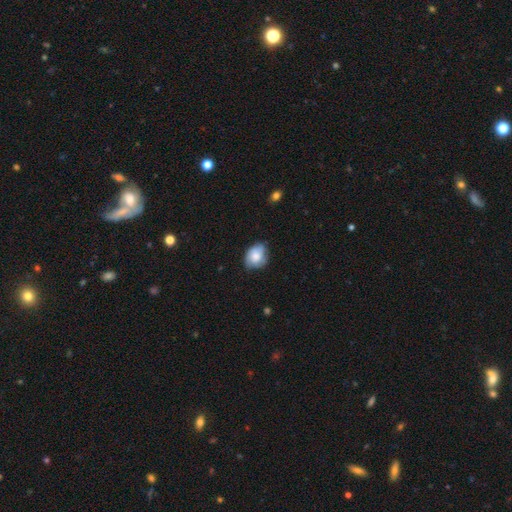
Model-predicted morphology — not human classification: This is likely a smooth galaxy (64%). How rounded: possibly in between (56%). Merging: likely none (63%).